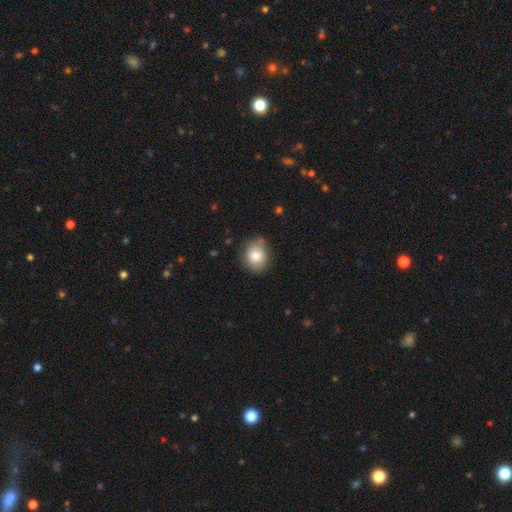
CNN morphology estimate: This appears to be a smooth galaxy with no disk features (80%) that is round (69%). Merging: none (76%).